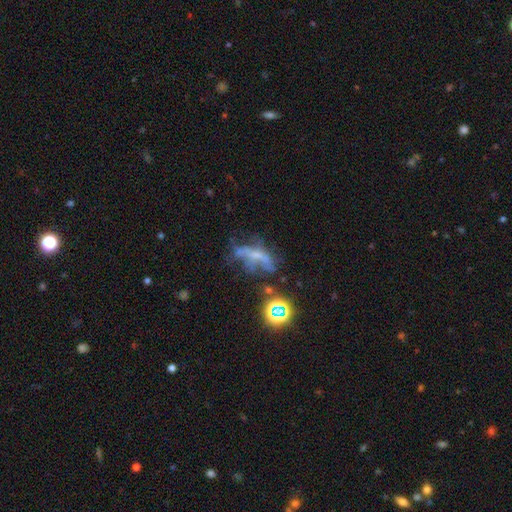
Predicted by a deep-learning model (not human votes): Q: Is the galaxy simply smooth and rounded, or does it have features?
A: featured or disk — 49%.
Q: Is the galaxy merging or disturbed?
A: major disturbance — 35%, tied with none.